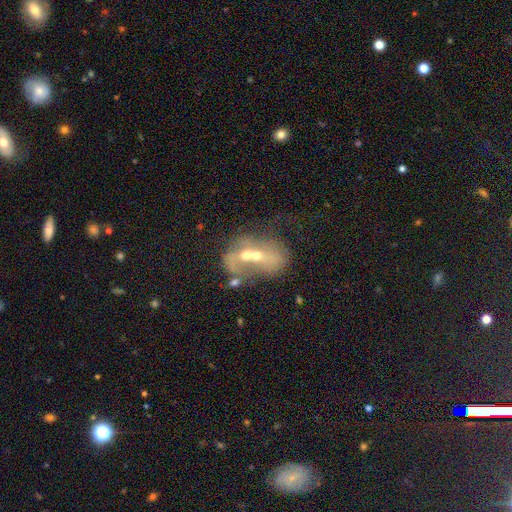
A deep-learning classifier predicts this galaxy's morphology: Smooth or featured: featured or disk — 55% (smooth — 29%)
Edge-on disk: no — 87% (yes — 13%)
Merging: merger — 44% (none — 25%)